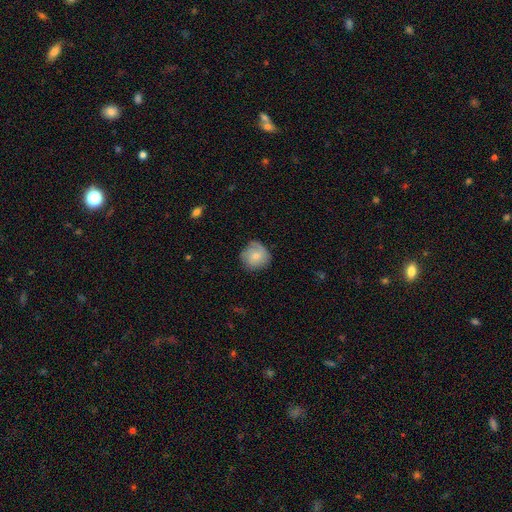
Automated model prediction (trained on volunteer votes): A smooth galaxy with no disk features (65%) that is round (89%).

Vote fractions:
- Smooth or featured? smooth: 65% / featured or disk: 28% / star or artifact: 7%
- How rounded? round: 89% / in between: 10% / cigar-shaped: 1%
- Merging? none: 70% / minor disturbance: 22% / major disturbance: 6% / merger: 1%